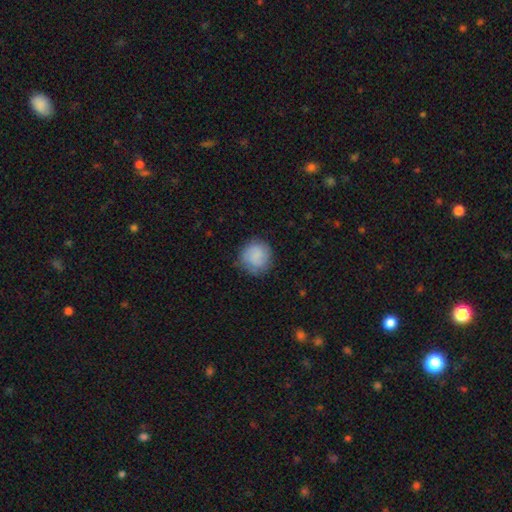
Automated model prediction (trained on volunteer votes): Smooth or featured? Predicted: smooth (p=0.83). How rounded? Predicted: round (p=0.90). Merging? Predicted: none (p=0.78).